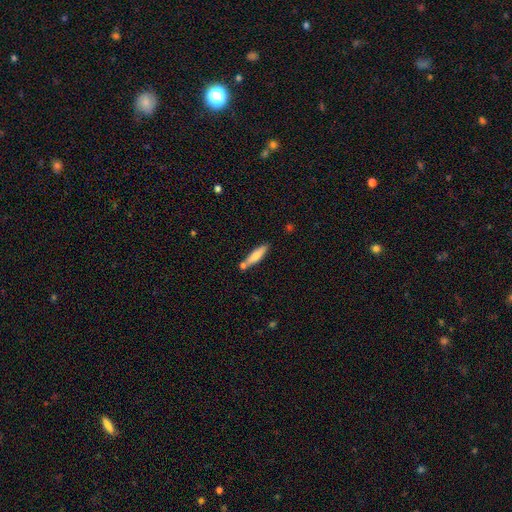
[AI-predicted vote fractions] The model was most divided on "merging": none: 66%, merger: 16%, minor disturbance: 14%, major disturbance: 3%. More confident: how rounded — cigar-shaped (78%); smooth or featured — smooth (73%).